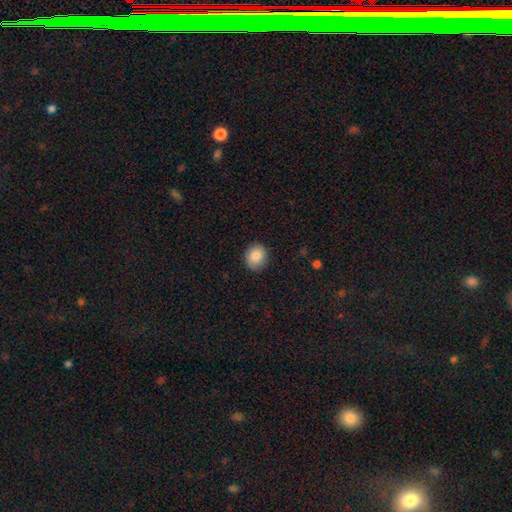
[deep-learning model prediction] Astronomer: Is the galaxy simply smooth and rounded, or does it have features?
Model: smooth — 87%.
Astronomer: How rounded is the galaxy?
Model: round — 69%.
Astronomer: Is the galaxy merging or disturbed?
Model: none — 89%.